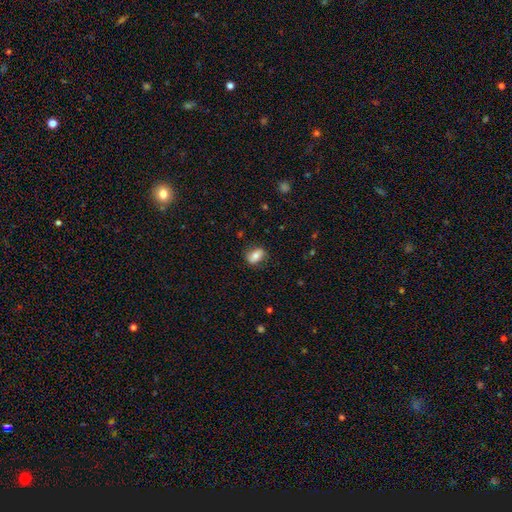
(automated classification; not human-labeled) Smooth or featured? smooth (71%)
How rounded? in between (82%)
Merging? none (77%)